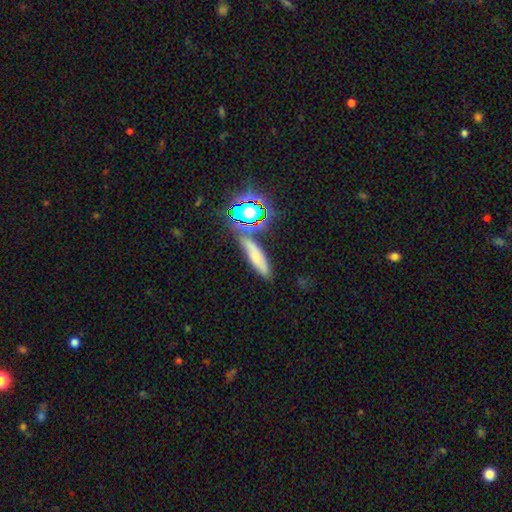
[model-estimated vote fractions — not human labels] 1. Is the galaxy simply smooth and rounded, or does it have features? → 59% smooth, 22% star or artifact, 19% featured or disk.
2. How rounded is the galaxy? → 64% cigar-shaped, 29% in between, 7% round.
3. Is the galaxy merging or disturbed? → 69% none, 14% minor disturbance, 12% merger, 5% major disturbance.